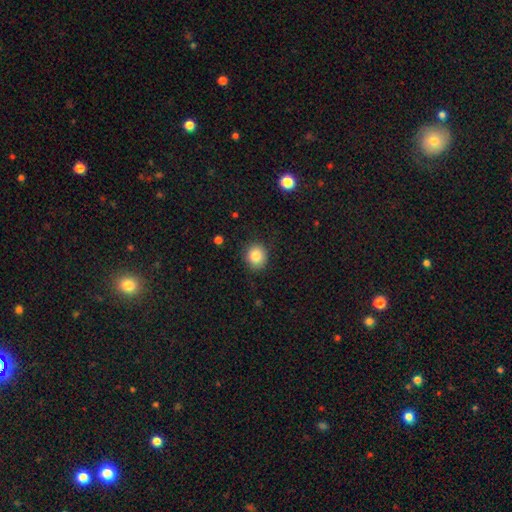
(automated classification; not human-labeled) A smooth galaxy with no disk features (84%) that is round (83%).

Vote fractions:
- Smooth or featured? smooth: 84% / star or artifact: 10% / featured or disk: 6%
- How rounded? round: 83% / in between: 16% / cigar-shaped: 1%
- Merging? none: 88% / minor disturbance: 9% / major disturbance: 2% / merger: 1%